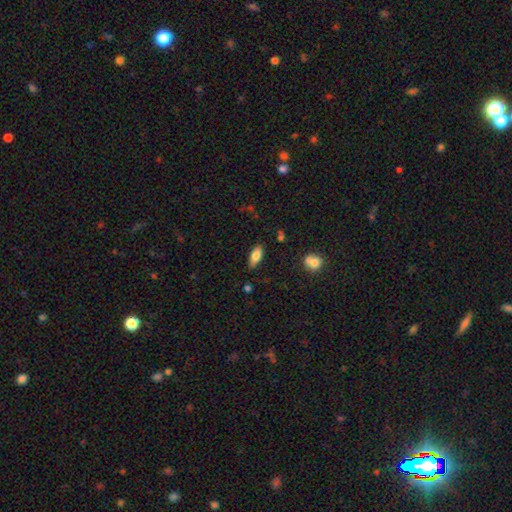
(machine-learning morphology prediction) A smooth galaxy with no disk features (78%) that is in between round and cigar-shaped (82%). Merging: none (82%).